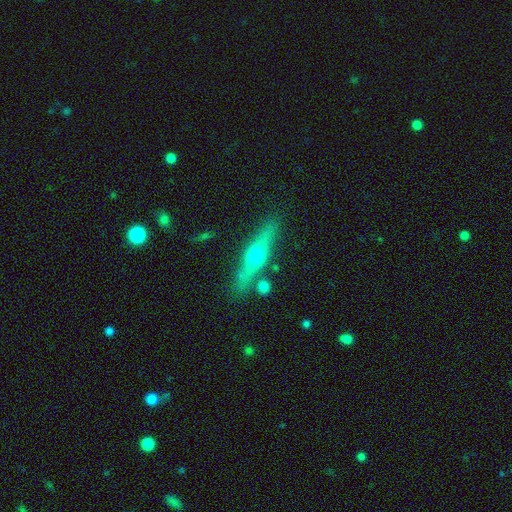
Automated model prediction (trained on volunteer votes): Smooth or featured? featured or disk (64%)
Edge-on disk? yes (93%)
Edge-on bulge? rounded (93%)
Merging? none (81%)